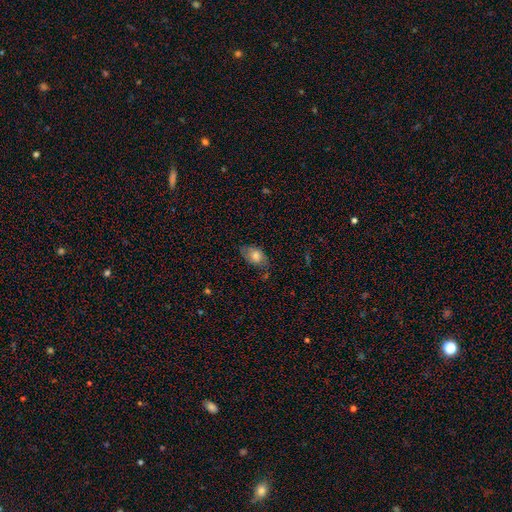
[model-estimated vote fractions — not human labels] The model was most divided on "merging": none: 54%, minor disturbance: 32%, major disturbance: 11%, merger: 3%. More confident: how rounded — in between (88%); smooth or featured — smooth (72%).